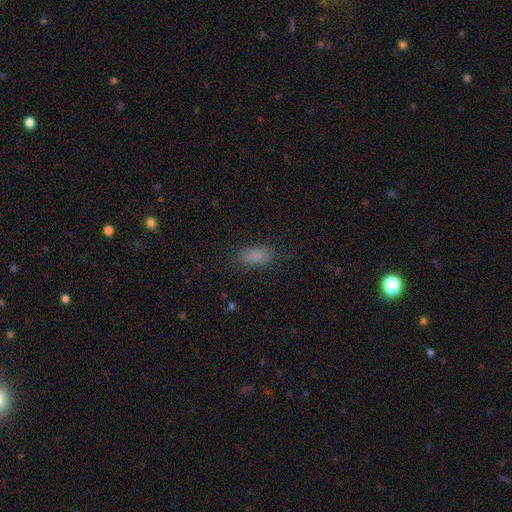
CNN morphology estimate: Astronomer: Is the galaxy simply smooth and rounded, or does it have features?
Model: smooth — 85%.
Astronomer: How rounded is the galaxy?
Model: in between — 89%.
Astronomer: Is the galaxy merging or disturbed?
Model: none — 84%.